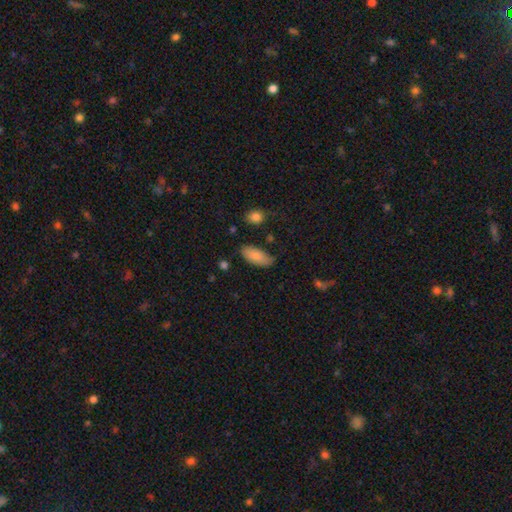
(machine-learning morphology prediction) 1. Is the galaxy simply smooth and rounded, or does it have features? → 86% smooth, 8% featured or disk, 6% star or artifact.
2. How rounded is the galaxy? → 90% in between, 8% cigar-shaped, 2% round.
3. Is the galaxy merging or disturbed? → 72% none, 21% minor disturbance, 5% major disturbance, 2% merger.